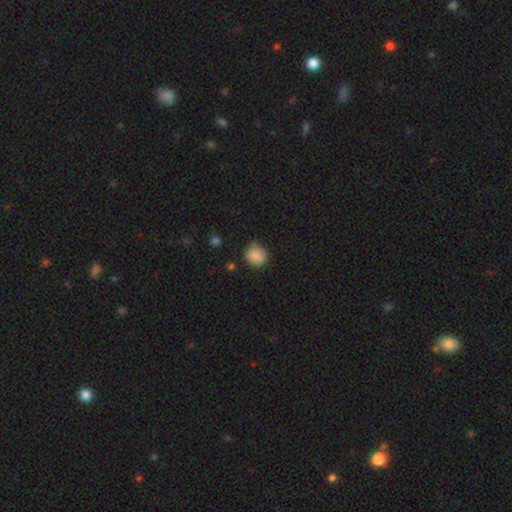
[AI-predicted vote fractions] smooth 86%, star or artifact 9%, featured or disk 5%. Down the decision tree: how rounded — round (79%); merging — none (77%).